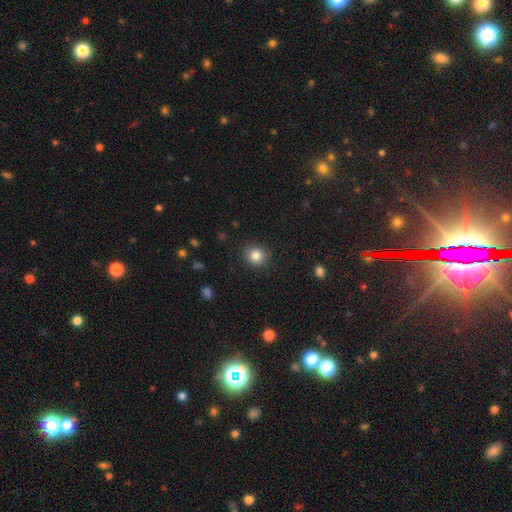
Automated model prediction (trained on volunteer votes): smooth-or-featured: smooth: 84% | star or artifact: 10% | featured or disk: 5%
  how-rounded: round: 88% | in between: 11% | cigar-shaped: 1%
  merging: none: 90% | minor disturbance: 7% | major disturbance: 2% | merger: 1%